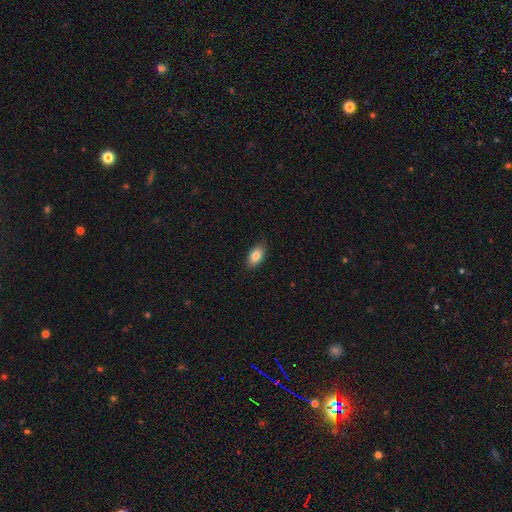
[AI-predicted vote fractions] Smooth or featured: smooth — 85% (featured or disk — 8%)
How rounded: in between — 92% (round — 5%)
Merging: none — 87% (minor disturbance — 10%)